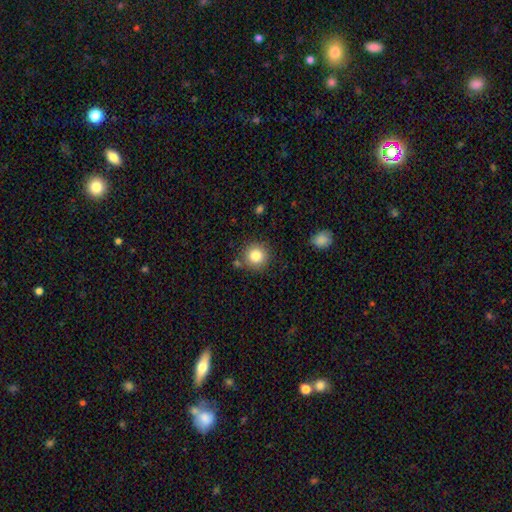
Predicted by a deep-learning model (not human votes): Smooth or featured?
  - smooth: 83% *
  - star or artifact: 10%
  - featured or disk: 7%
How rounded?
  - round: 93% *
  - in between: 6%
  - cigar-shaped: 1%
Merging?
  - none: 82% *
  - minor disturbance: 10%
  - merger: 6%
  - major disturbance: 3%